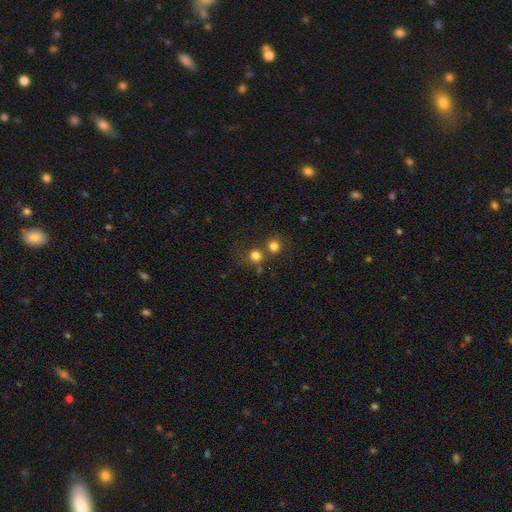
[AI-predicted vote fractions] Morphology: type=smooth (76%); roundness=round (88%); merging=none (56%).